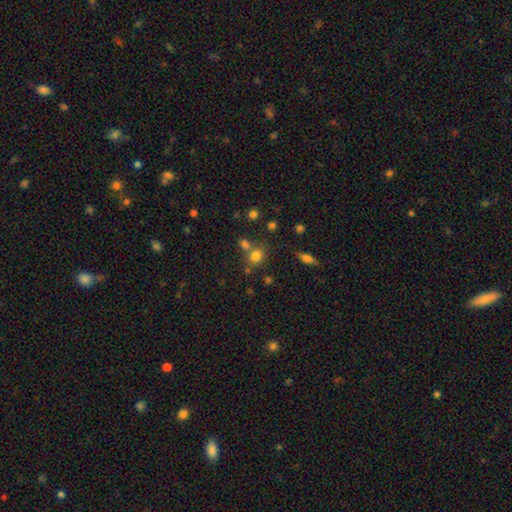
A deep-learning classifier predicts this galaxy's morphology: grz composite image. It shows a smooth galaxy with no disk features (75%) that is round (73%). Merging: none (58%).